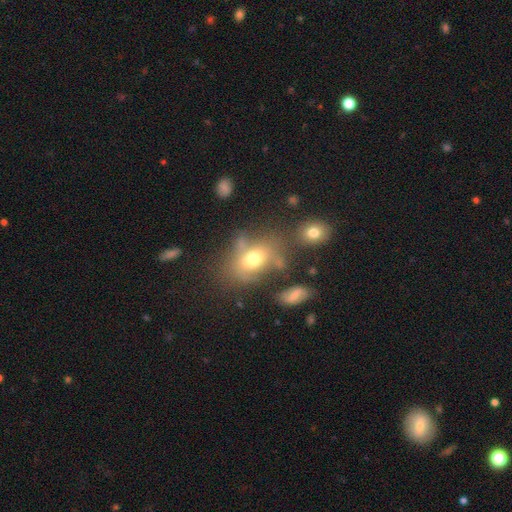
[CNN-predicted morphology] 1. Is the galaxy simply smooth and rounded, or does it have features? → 61% smooth, 25% featured or disk, 14% star or artifact.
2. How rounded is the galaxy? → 73% in between, 25% round, 2% cigar-shaped.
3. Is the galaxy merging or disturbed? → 51% none, 22% minor disturbance, 15% merger, 13% major disturbance.